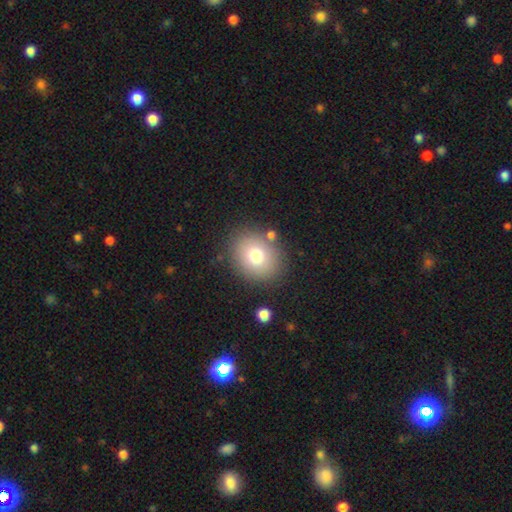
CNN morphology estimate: A smooth galaxy with no disk features (76%) that is round (62%). Merging: none (83%).